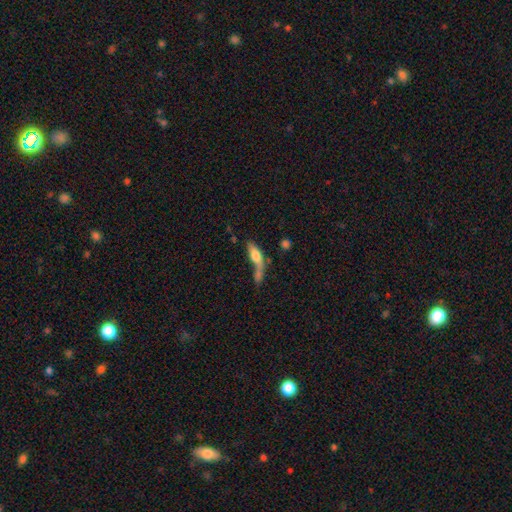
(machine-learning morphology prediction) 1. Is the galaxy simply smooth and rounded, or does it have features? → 61% smooth, 30% featured or disk, 9% star or artifact.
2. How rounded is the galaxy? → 49% in between, 46% cigar-shaped, 5% round.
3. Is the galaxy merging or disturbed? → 38% merger, 27% none, 19% major disturbance, 15% minor disturbance.